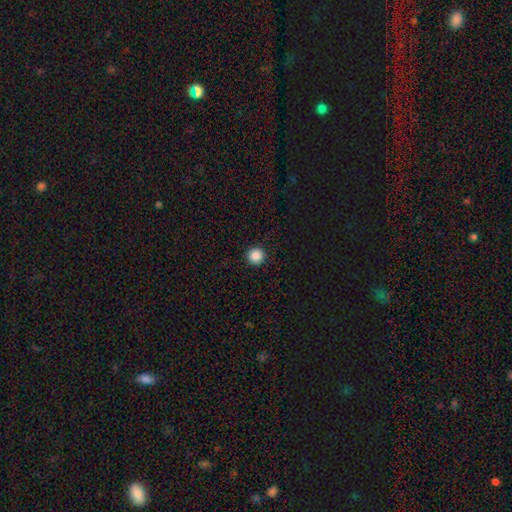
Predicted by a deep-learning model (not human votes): This is clearly a smooth galaxy (87%). How rounded: clearly round (96%). Merging: clearly none (93%).